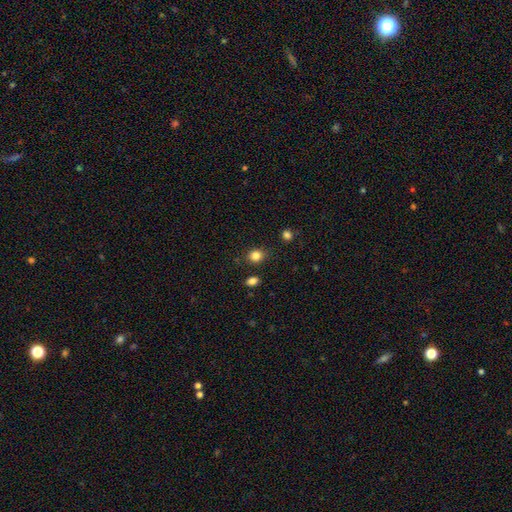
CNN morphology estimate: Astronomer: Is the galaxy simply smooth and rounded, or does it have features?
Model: smooth — 83%.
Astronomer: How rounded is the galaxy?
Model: round — 65%.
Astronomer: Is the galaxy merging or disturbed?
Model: none — 82%.